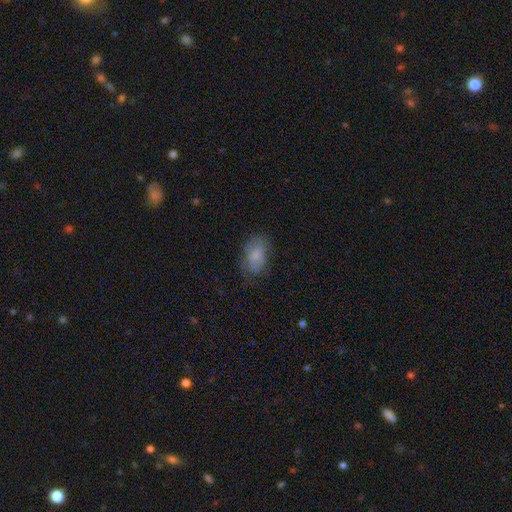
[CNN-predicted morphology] Smooth or featured? Predicted: smooth (p=0.75). How rounded? Predicted: in between (p=0.88). Merging? Predicted: none (p=0.64).